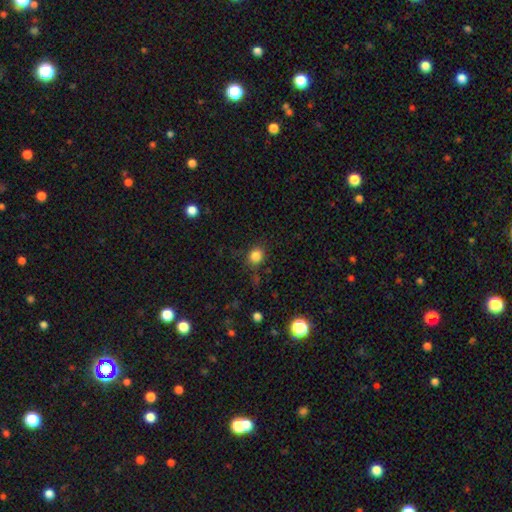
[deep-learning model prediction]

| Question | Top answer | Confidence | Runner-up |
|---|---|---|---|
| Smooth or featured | smooth | 83% | star or artifact (13%) |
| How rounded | round | 78% | in between (21%) |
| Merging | none | 80% | minor disturbance (13%) |